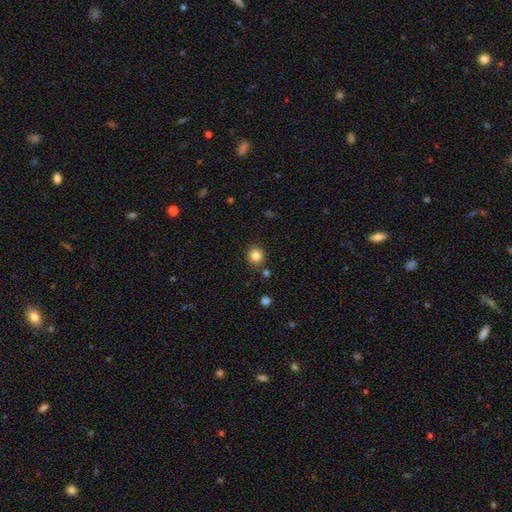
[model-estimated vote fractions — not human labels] Overall: smooth (83%). How rounded: round (92%). Merging: none (86%).